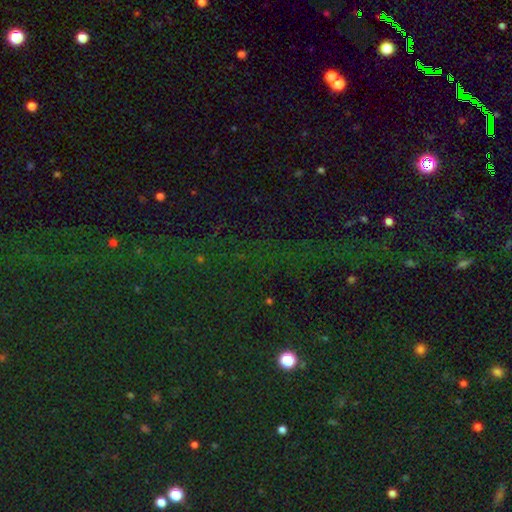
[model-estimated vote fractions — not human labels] A star or artifact, not a galaxy (79%).